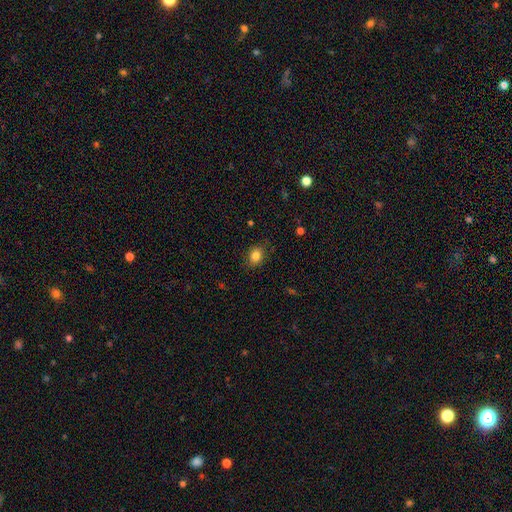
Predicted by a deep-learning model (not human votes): Smooth or featured?
  - smooth: 83% *
  - star or artifact: 10%
  - featured or disk: 6%
How rounded?
  - in between: 58% *
  - round: 41%
  - cigar-shaped: 1%
Merging?
  - none: 84% *
  - minor disturbance: 12%
  - major disturbance: 3%
  - merger: 1%